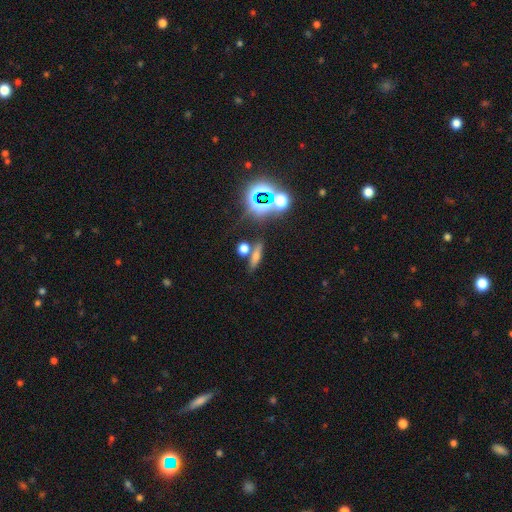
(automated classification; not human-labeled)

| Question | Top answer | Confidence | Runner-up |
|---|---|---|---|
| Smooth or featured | smooth | 45% | star or artifact (28%) |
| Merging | none | 73% | merger (12%) |